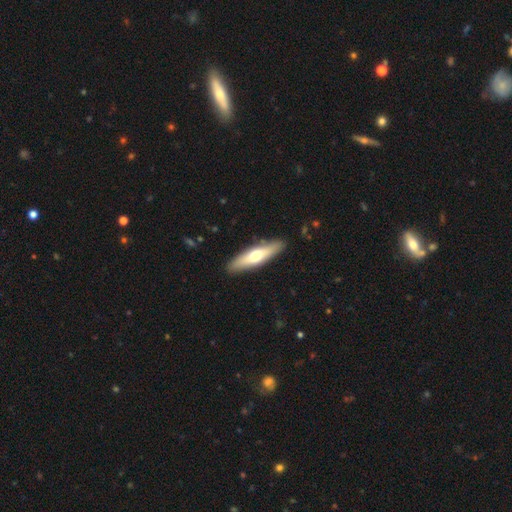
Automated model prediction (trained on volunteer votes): Smooth or featured?
  - smooth: 55% *
  - featured or disk: 40%
  - star or artifact: 5%
How rounded?
  - cigar-shaped: 72% *
  - in between: 27%
  - round: 2%
Merging?
  - none: 88% *
  - minor disturbance: 9%
  - major disturbance: 2%
  - merger: 1%